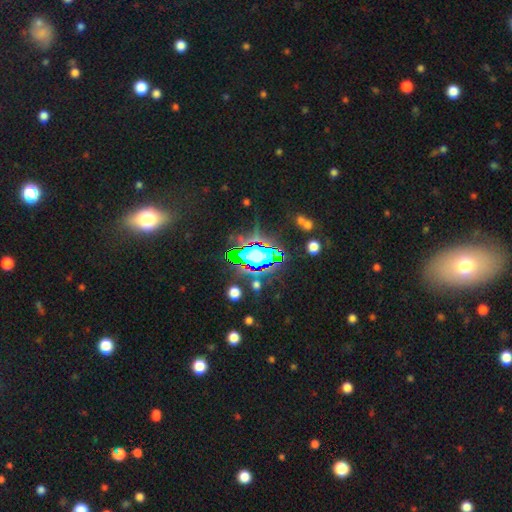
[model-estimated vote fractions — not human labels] Smooth or featured: star or artifact — 62% (smooth — 25%)